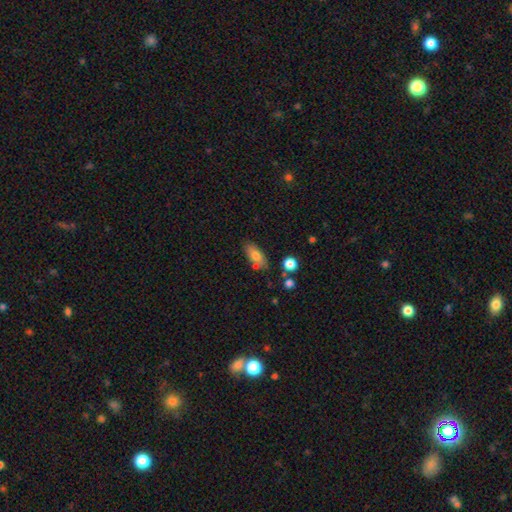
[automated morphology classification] Smooth or featured? Predicted: smooth (p=0.75). How rounded? Predicted: in between (p=0.85). Merging? Predicted: none (p=0.69).